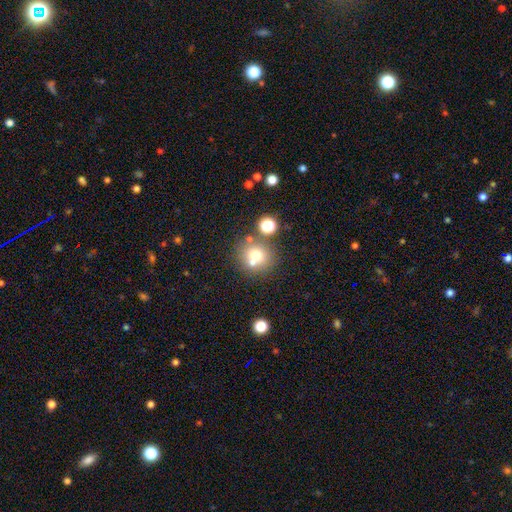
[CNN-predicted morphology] smooth_or_featured: smooth (p=0.68) [alt: featured or disk p=0.17]
how_rounded: round (p=0.88) [alt: in between p=0.11]
merging: none (p=0.63) [alt: merger p=0.23]